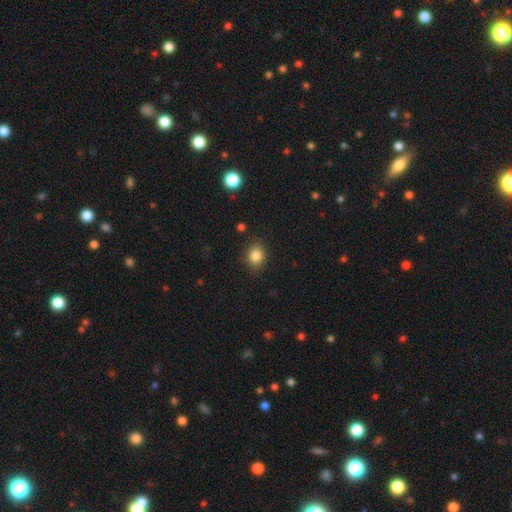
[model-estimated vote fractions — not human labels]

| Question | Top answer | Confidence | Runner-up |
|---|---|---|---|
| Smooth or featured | smooth | 84% | star or artifact (10%) |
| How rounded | round | 61% | in between (38%) |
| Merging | none | 86% | minor disturbance (10%) |